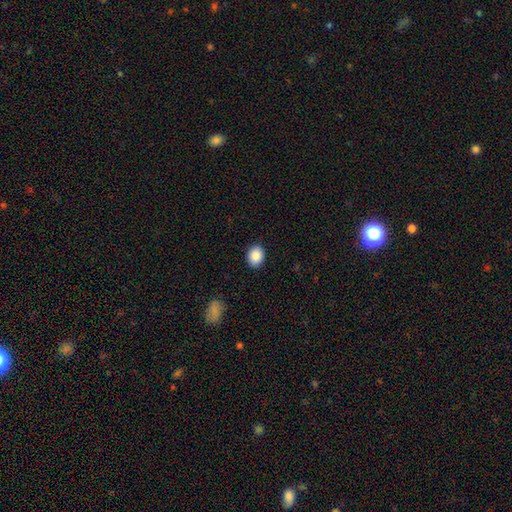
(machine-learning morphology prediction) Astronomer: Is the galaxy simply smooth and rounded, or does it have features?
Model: smooth — 88%.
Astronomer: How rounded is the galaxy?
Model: in between — 60% (runner-up: round, 39%).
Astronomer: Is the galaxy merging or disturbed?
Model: none — 89%.